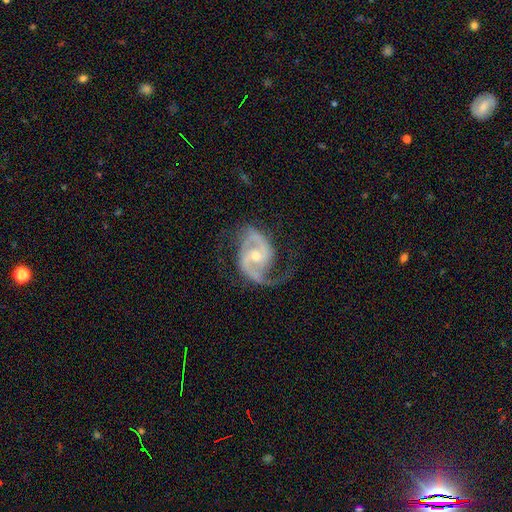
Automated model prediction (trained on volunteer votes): Overall: featured or disk (92%). Edge-on disk: no (98%). Bar: no (48%; weak 39%). Spiral arms: yes (98%). Spiral arm count: 2 (87%). Spiral winding: medium (55%; tight 22%). Bulge size: moderate (51%; small 45%). Merging: none (62%).